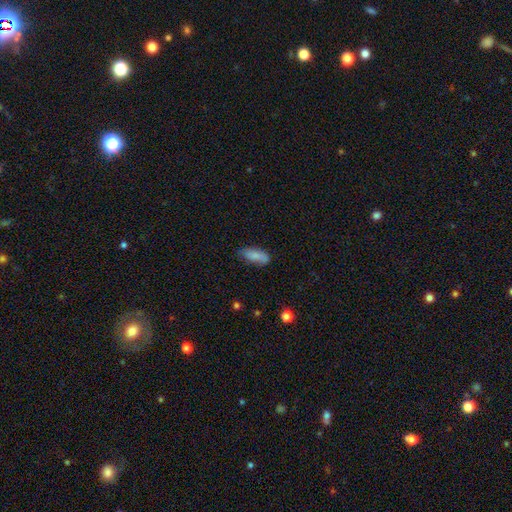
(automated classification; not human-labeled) smooth 82%, featured or disk 11%, star or artifact 7%. Down the decision tree: how rounded — in between (73%); merging — none (69%).